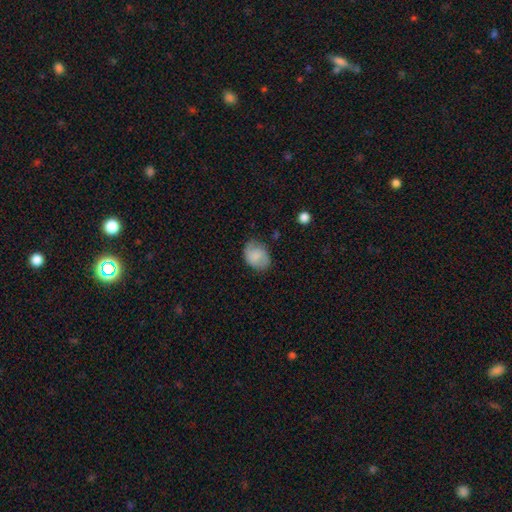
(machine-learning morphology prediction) Smooth or featured: smooth — 68% (featured or disk — 24%)
How rounded: in between — 60% (round — 39%)
Merging: none — 67% (minor disturbance — 24%)